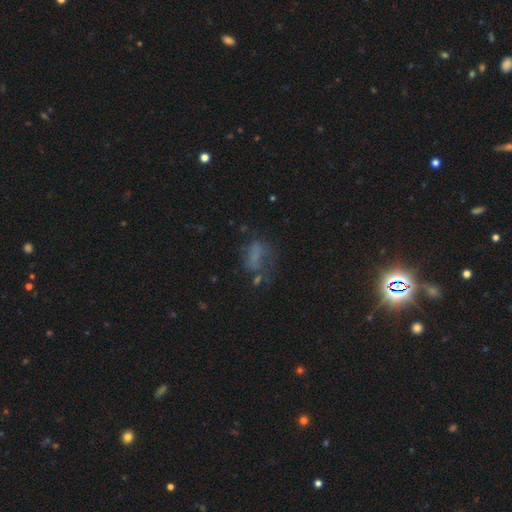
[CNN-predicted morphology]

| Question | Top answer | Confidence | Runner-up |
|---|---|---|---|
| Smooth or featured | smooth | 53% | featured or disk (25%) |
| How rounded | in between | 77% | round (14%) |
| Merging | none | 38% | major disturbance (31%) |